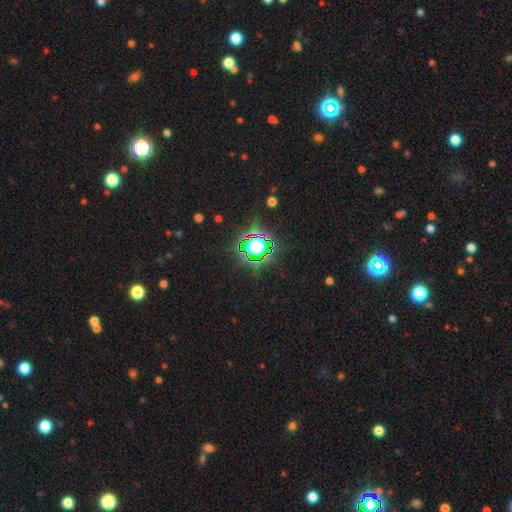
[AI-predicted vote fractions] Smooth or featured? star or artifact (81%)